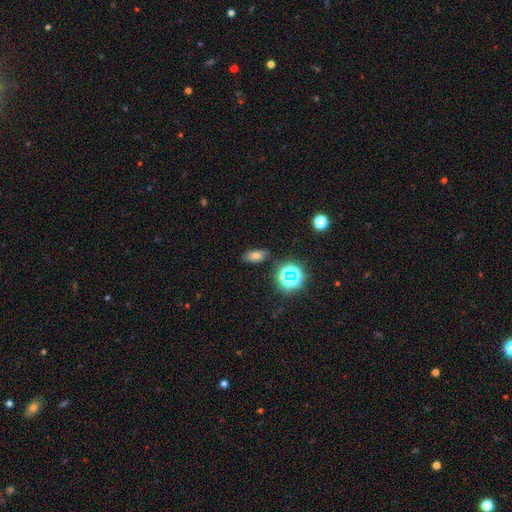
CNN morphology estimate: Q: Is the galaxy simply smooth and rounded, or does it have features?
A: smooth — 64%.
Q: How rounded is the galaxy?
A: in between — 82%.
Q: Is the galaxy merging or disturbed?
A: none — 84%.